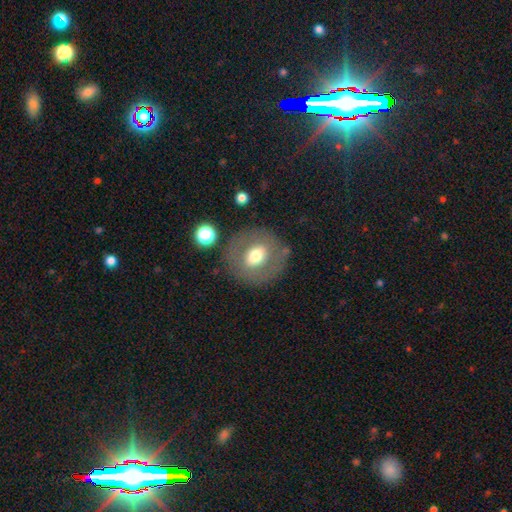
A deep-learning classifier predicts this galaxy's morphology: type=smooth (57%); roundness=round (81%); merging=none (79%).